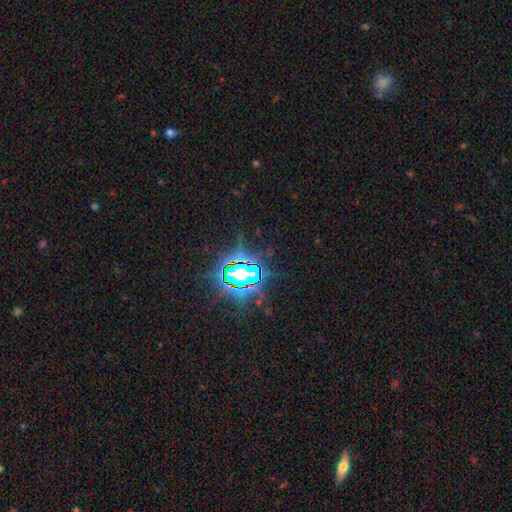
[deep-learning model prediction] Morphology: type=star or artifact (83%).